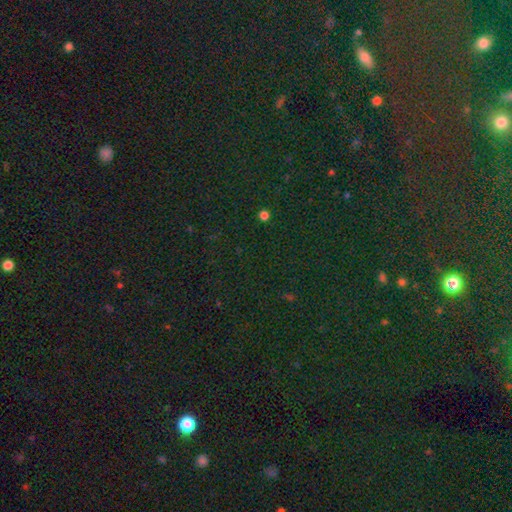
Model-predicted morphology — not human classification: This appears to be a star or artifact, not a galaxy (79%).